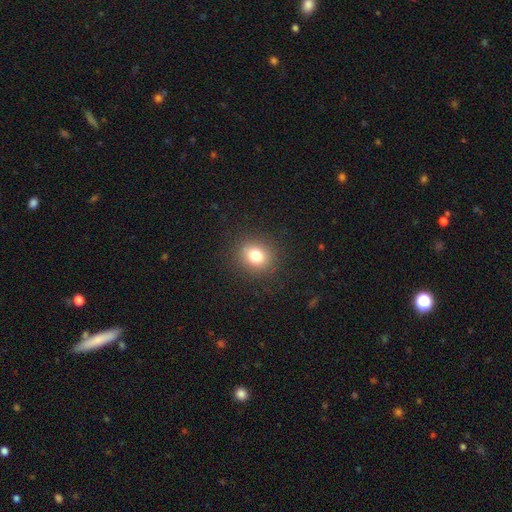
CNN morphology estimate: Overall: smooth (78%). How rounded: round (69%; in between 30%). Merging: none (88%).